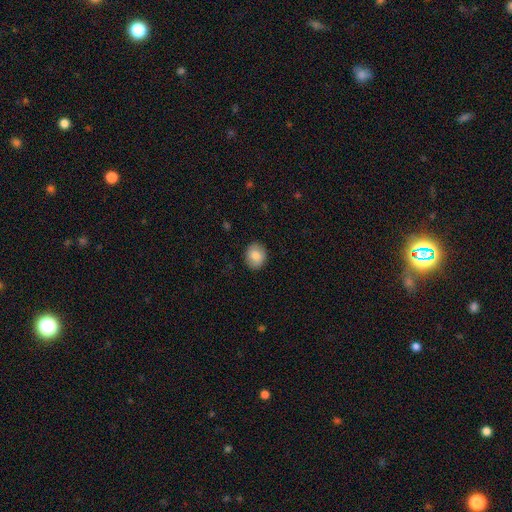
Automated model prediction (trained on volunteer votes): smooth-or-featured: smooth: 83% | featured or disk: 9% | star or artifact: 7%
  how-rounded: round: 56% | in between: 43% | cigar-shaped: 1%
  merging: none: 89% | minor disturbance: 8% | major disturbance: 2% | merger: 1%